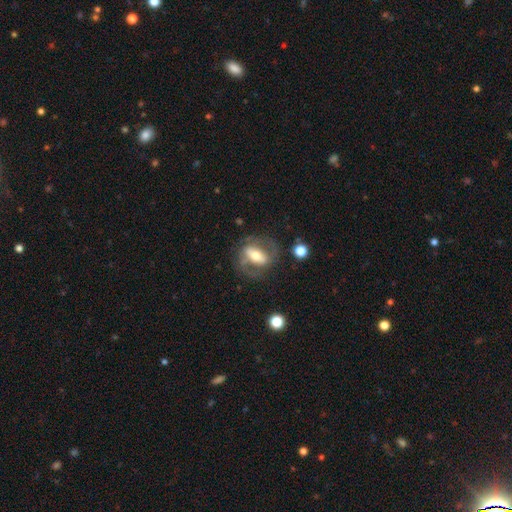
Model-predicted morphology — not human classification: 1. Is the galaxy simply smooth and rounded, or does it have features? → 67% featured or disk, 27% smooth, 7% star or artifact.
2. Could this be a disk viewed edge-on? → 89% no, 11% yes.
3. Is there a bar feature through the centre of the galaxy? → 54% strong, 25% weak, 20% no.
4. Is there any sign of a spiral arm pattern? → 63% yes, 37% no.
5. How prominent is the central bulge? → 61% moderate, 19% small, 16% large, 2% dominant, 1% none.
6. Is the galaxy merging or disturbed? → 66% none, 17% minor disturbance, 15% major disturbance, 3% merger.